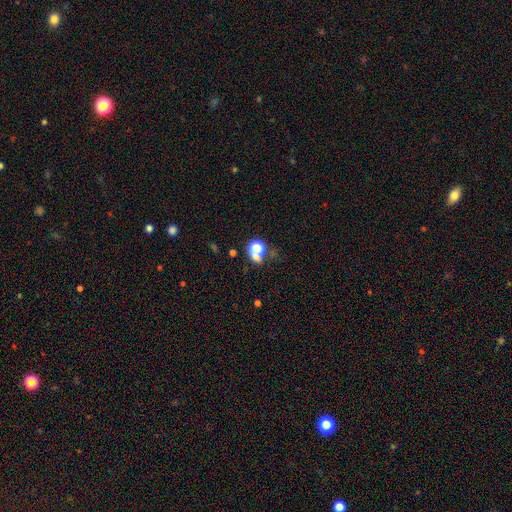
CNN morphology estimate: smooth_or_featured: smooth (p=0.59) [alt: star or artifact p=0.26]
how_rounded: round (p=0.61) [alt: in between p=0.36]
merging: none (p=0.38) [alt: merger p=0.34]